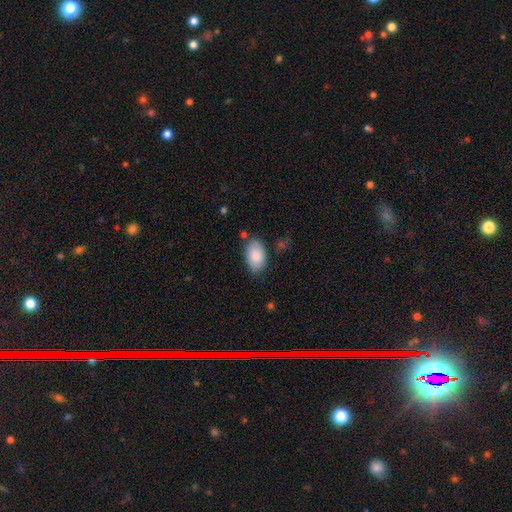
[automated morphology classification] Smooth or featured: smooth — 87% (featured or disk — 7%)
How rounded: in between — 93% (round — 5%)
Merging: none — 75% (minor disturbance — 18%)